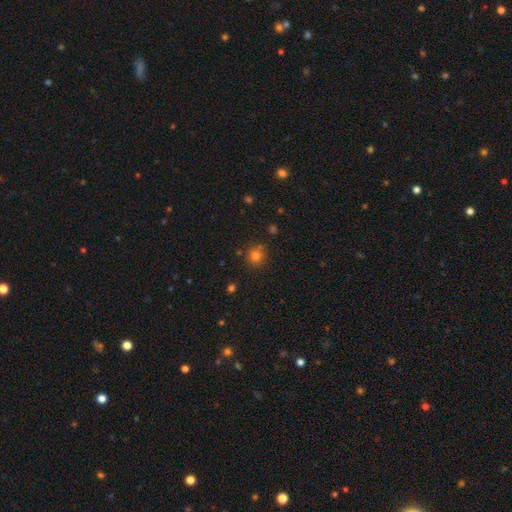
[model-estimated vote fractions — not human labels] Q: Smooth or featured?
A: smooth (79%); runner-up: star or artifact (15%)
Q: How rounded?
A: round (89%); runner-up: in between (10%)
Q: Merging?
A: none (80%); runner-up: minor disturbance (11%)